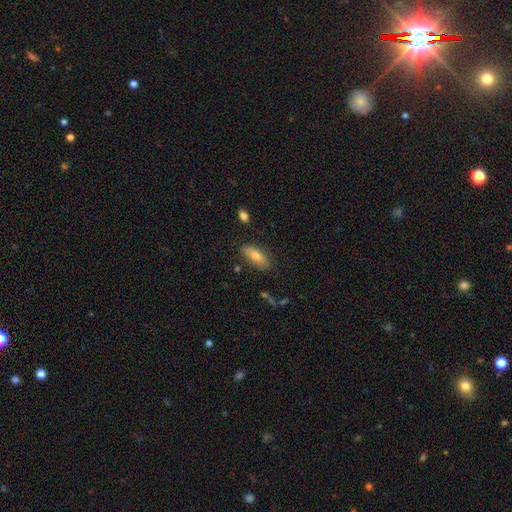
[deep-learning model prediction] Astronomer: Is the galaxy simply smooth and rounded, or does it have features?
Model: smooth — 73%.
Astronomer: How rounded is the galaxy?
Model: in between — 70%.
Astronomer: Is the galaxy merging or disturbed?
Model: none — 83%.